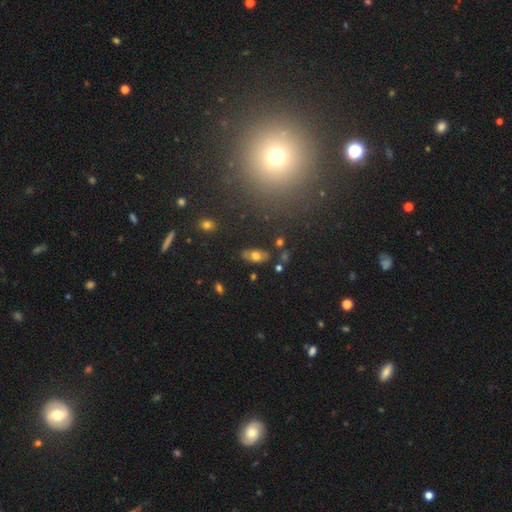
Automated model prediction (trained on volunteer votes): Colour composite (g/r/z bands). It shows a smooth galaxy with no disk features (64%) that is in between round and cigar-shaped (89%). Merging: none (78%).